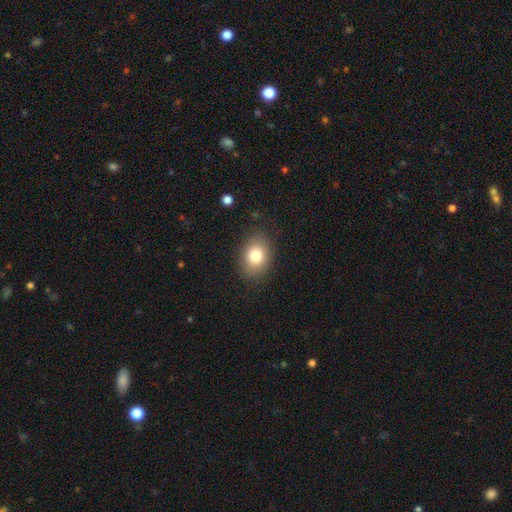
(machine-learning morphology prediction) This appears to be a smooth galaxy with no disk features (80%) that is in between round and cigar-shaped (67%). Merging: none (85%).